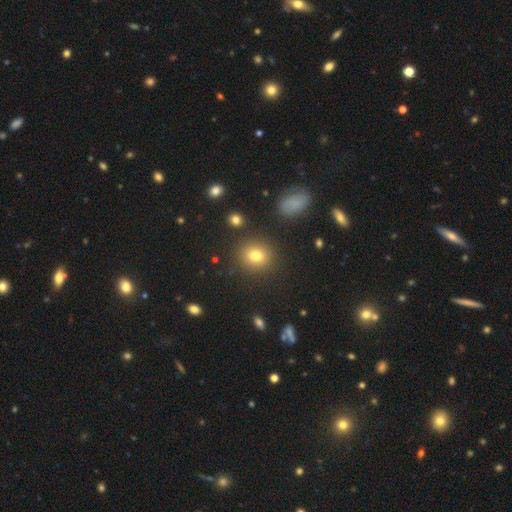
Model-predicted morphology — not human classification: Smooth or featured?
  - smooth: 78% *
  - star or artifact: 14%
  - featured or disk: 8%
How rounded?
  - round: 78% *
  - in between: 21%
  - cigar-shaped: 1%
Merging?
  - none: 87% *
  - minor disturbance: 7%
  - major disturbance: 3%
  - merger: 3%